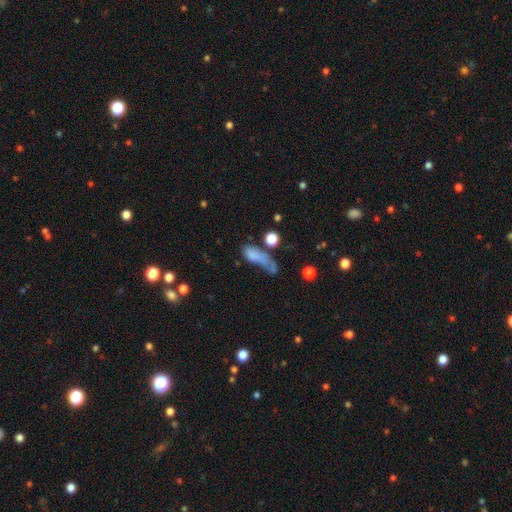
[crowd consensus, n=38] Smooth or featured? smooth (61%)
How rounded? cigar-shaped (52%)
Merging? major disturbance (49%)